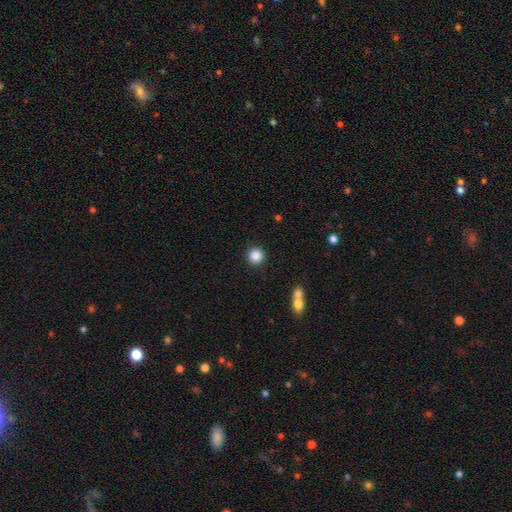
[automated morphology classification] Q: Smooth or featured?
A: smooth (87%); runner-up: star or artifact (9%)
Q: How rounded?
A: round (94%); runner-up: in between (5%)
Q: Merging?
A: none (90%); runner-up: minor disturbance (5%)